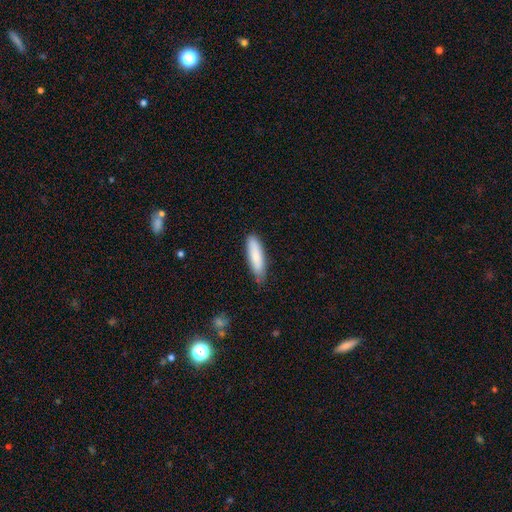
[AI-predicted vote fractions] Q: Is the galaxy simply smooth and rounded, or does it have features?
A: smooth — 84%.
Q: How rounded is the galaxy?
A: cigar-shaped — 64%.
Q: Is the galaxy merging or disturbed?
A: none — 79%.